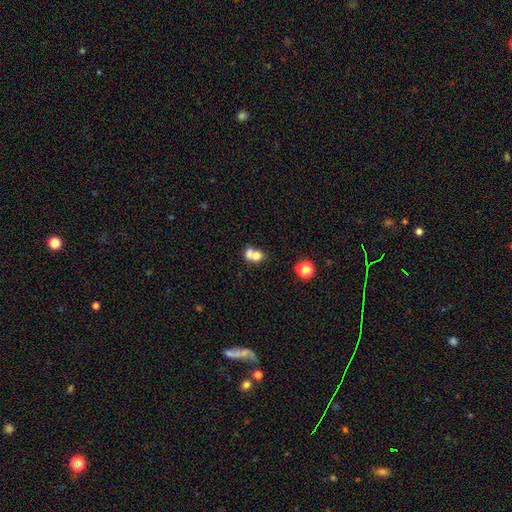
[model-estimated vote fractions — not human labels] Smooth or featured?
  - smooth: 69% *
  - featured or disk: 20%
  - star or artifact: 12%
How rounded?
  - round: 59% *
  - in between: 40%
  - cigar-shaped: 1%
Merging?
  - merger: 65% *
  - none: 24%
  - minor disturbance: 6%
  - major disturbance: 4%